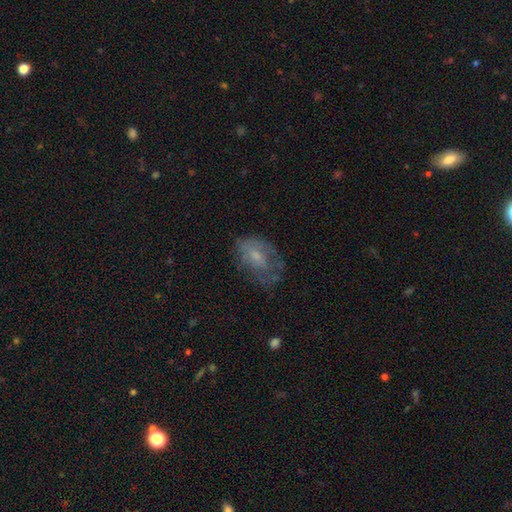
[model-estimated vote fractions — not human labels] smooth-or-featured: smooth: 51% | featured or disk: 40% | star or artifact: 9%
  how-rounded: in between: 84% | round: 14% | cigar-shaped: 2%
  merging: none: 44% | minor disturbance: 29% | major disturbance: 25% | merger: 2%